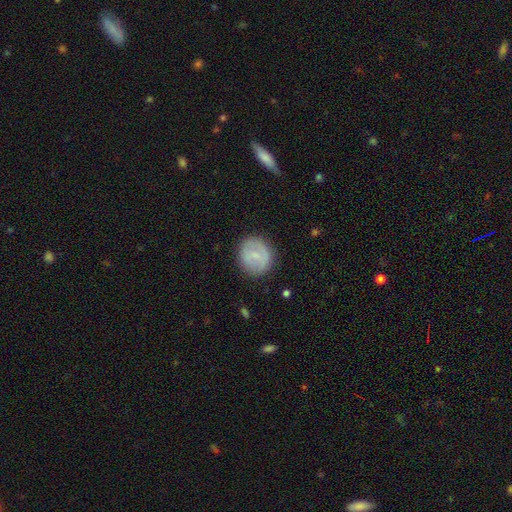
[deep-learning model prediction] smooth_or_featured: smooth (p=0.59) [alt: featured or disk p=0.34]
how_rounded: round (p=0.82) [alt: in between p=0.17]
merging: none (p=0.84) [alt: minor disturbance p=0.11]